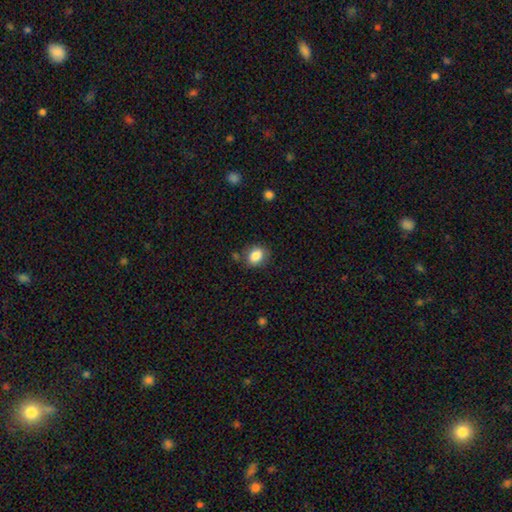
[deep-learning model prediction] Smooth or featured? Predicted: smooth (p=0.85). How rounded? Predicted: in between (p=0.58). Merging? Predicted: none (p=0.77).